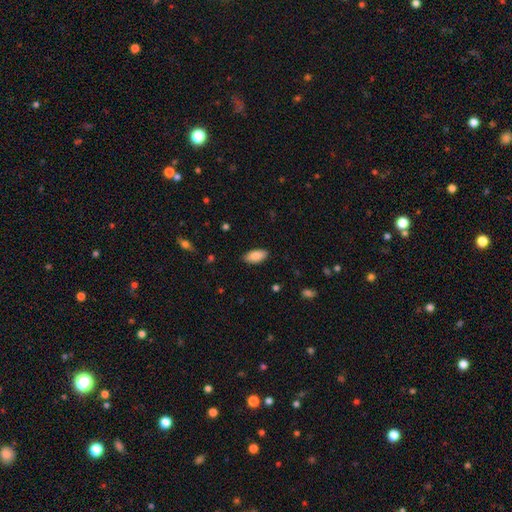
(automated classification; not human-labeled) The model was most divided on "merging": none: 86%, minor disturbance: 10%, major disturbance: 2%, merger: 1%. More confident: how rounded — in between (92%); smooth or featured — smooth (88%).